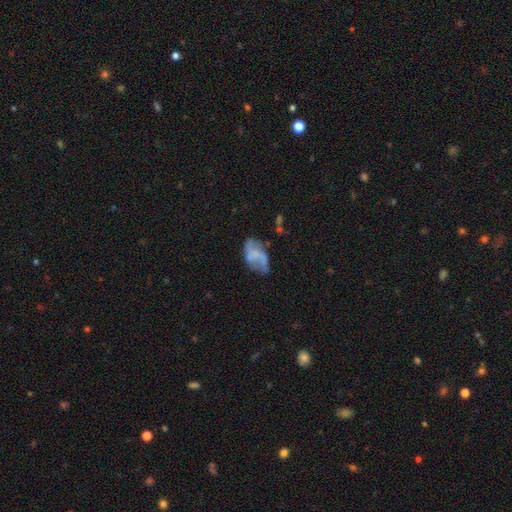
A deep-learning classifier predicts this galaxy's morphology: type=featured or disk (56%); edge-on=no (97%); bar=no (66%); spiral arms=yes (58%); bulge=none (65%); merging=none (46%).